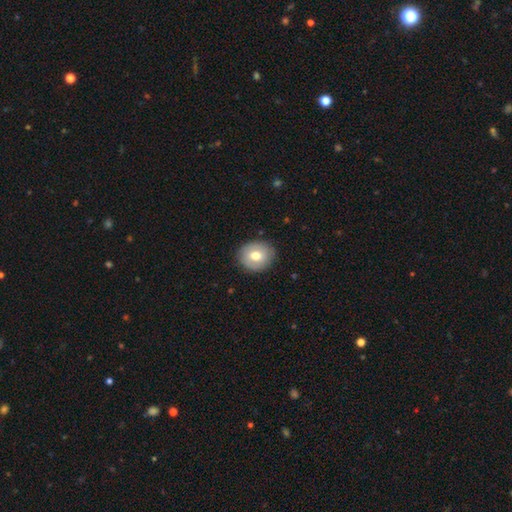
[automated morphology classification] Smooth or featured?
  - smooth: 70% *
  - featured or disk: 23%
  - star or artifact: 7%
How rounded?
  - round: 74% *
  - in between: 25%
  - cigar-shaped: 1%
Merging?
  - none: 86% *
  - minor disturbance: 10%
  - major disturbance: 2%
  - merger: 1%